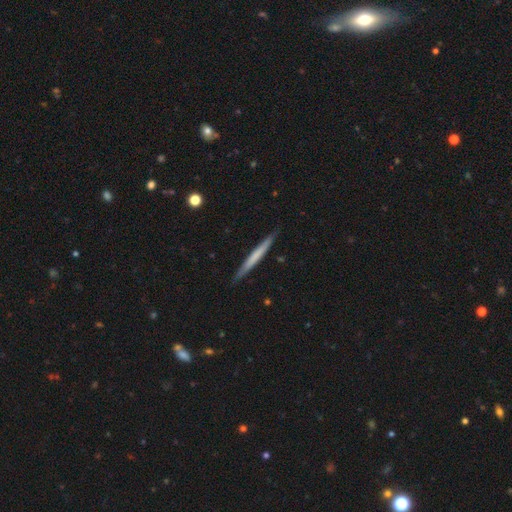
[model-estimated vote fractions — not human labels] Smooth or featured?
  - smooth: 55% *
  - featured or disk: 40%
  - star or artifact: 5%
How rounded?
  - cigar-shaped: 97% *
  - in between: 2%
  - round: 1%
Merging?
  - none: 90% *
  - minor disturbance: 8%
  - major disturbance: 1%
  - merger: 1%